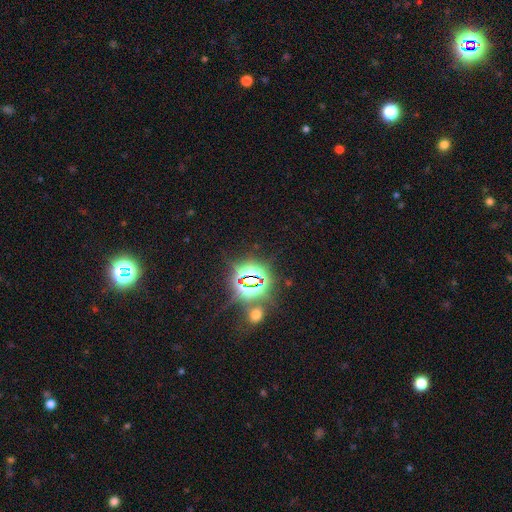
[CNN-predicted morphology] Smooth or featured?
  - star or artifact: 81% *
  - smooth: 13%
  - featured or disk: 6%